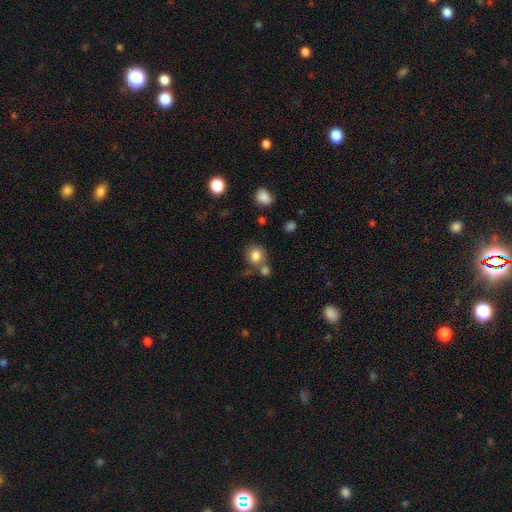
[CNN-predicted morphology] This appears to be a smooth galaxy with no disk features (82%) that is round (75%). Merging: none (60%).